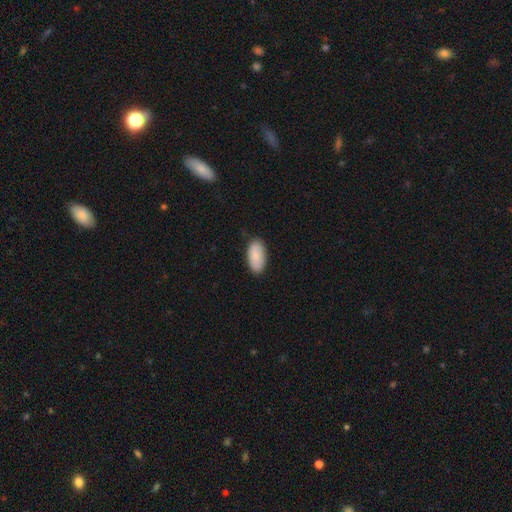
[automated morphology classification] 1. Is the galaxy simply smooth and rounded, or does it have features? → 86% smooth, 9% featured or disk, 6% star or artifact.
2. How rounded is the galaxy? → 95% in between, 3% cigar-shaped, 2% round.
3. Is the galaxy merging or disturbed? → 85% none, 11% minor disturbance, 2% major disturbance, 1% merger.